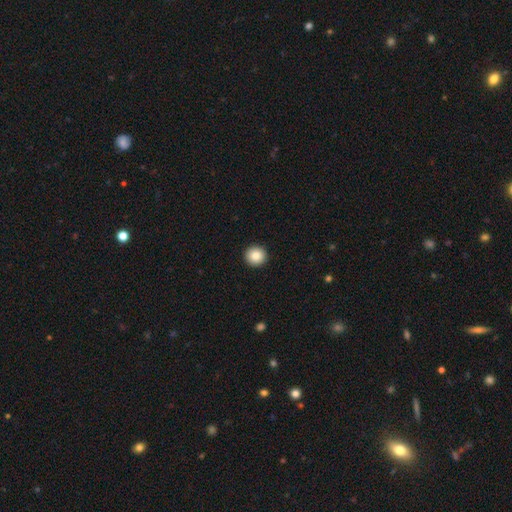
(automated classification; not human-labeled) This is clearly a smooth galaxy (86%). How rounded: clearly round (93%). Merging: clearly none (93%).